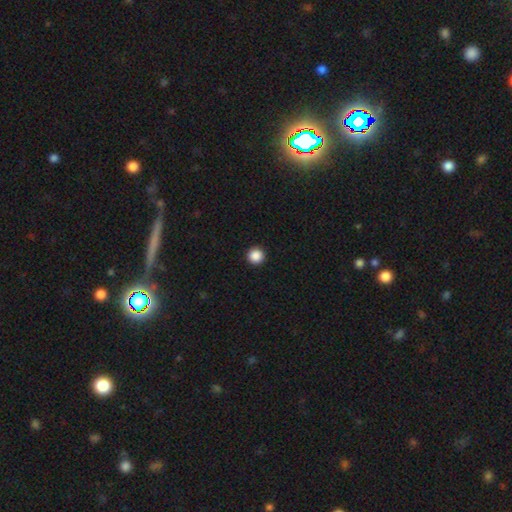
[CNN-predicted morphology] type=smooth (88%); roundness=round (97%); merging=none (94%).